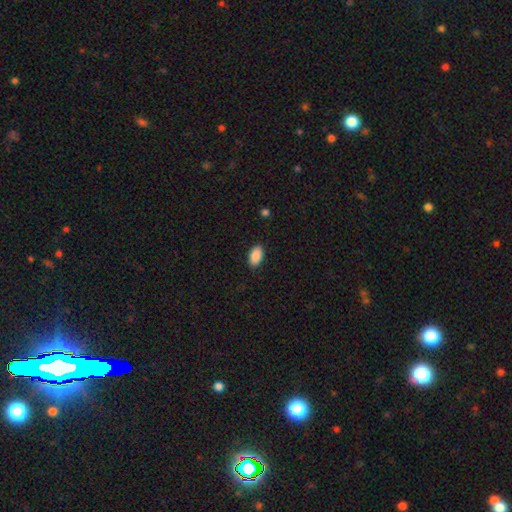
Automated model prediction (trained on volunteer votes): This appears to be a smooth galaxy with no disk features (90%) that is in between round and cigar-shaped (94%). Merging: none (88%).